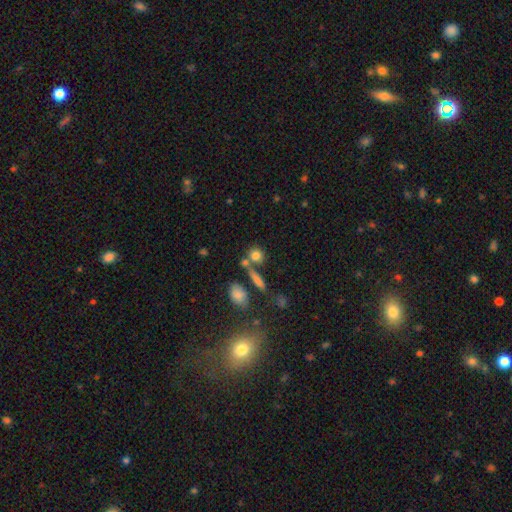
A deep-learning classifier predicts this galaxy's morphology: smooth_or_featured: smooth (p=0.78) [alt: star or artifact p=0.12]
how_rounded: round (p=0.76) [alt: in between p=0.19]
merging: none (p=0.59) [alt: merger p=0.26]